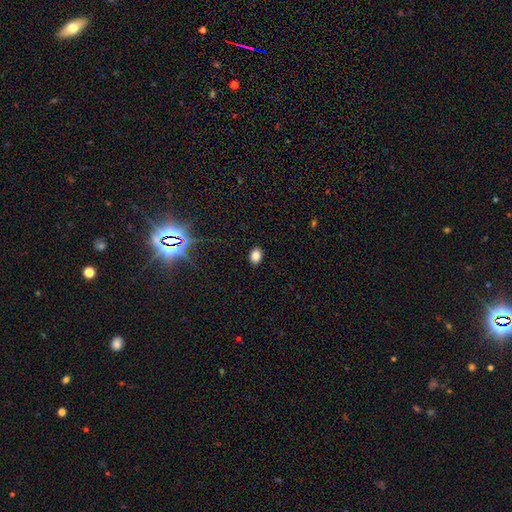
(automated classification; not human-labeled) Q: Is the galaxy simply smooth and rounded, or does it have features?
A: smooth — 84%.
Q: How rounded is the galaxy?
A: in between — 70%.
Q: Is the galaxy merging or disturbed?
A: none — 90%.